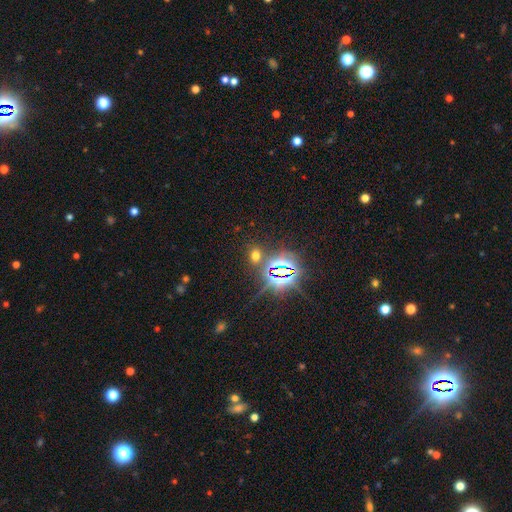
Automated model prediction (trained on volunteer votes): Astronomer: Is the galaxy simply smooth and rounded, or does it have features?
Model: star or artifact — 47% (runner-up: smooth, 46%).